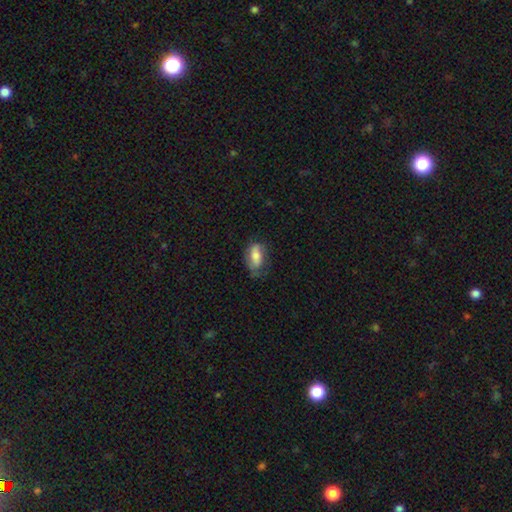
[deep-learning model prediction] This is likely a smooth galaxy (62%). How rounded: clearly in between (87%). Merging: possibly none (53%).